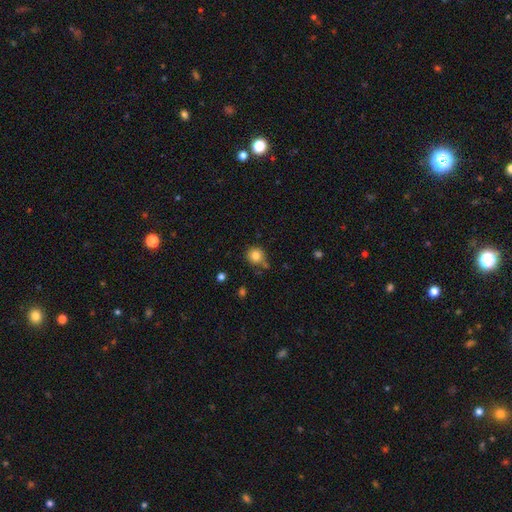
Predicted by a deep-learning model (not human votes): smooth_or_featured: smooth (p=0.82) [alt: star or artifact p=0.11]
how_rounded: round (p=0.89) [alt: in between p=0.10]
merging: none (p=0.70) [alt: minor disturbance p=0.18]